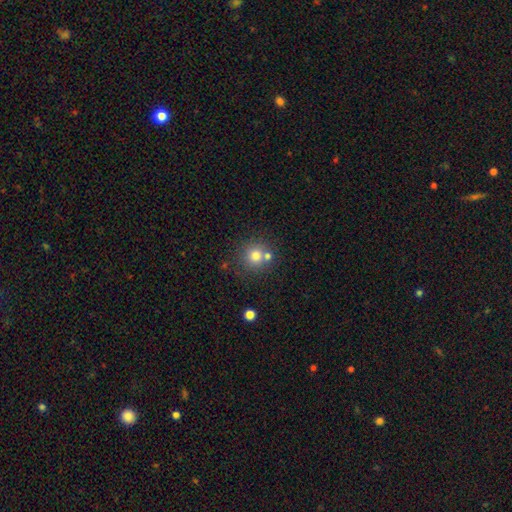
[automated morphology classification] Q: Smooth or featured?
A: smooth (77%); runner-up: star or artifact (12%)
Q: How rounded?
A: round (91%); runner-up: in between (8%)
Q: Merging?
A: none (65%); runner-up: merger (22%)